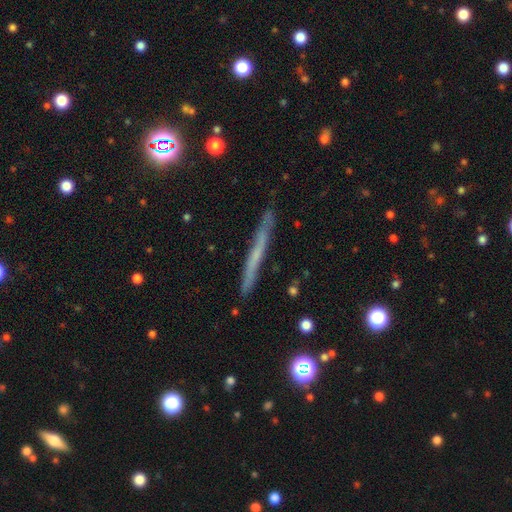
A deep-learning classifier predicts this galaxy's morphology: This appears to be a featured or disk galaxy (52%) viewed edge-on (95%). Merging: none (87%).